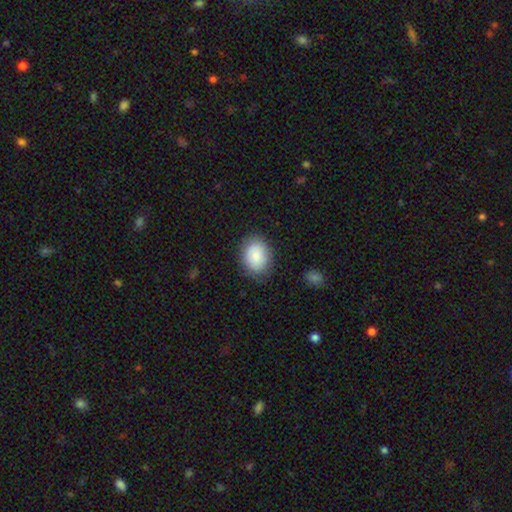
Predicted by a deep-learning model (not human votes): Smooth or featured? Predicted: smooth (p=0.85). How rounded? Predicted: in between (p=0.55). Merging? Predicted: none (p=0.82).